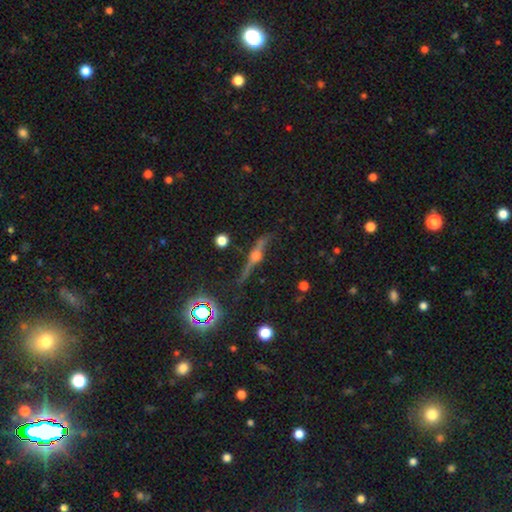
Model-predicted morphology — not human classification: Q: Smooth or featured?
A: featured or disk (72%); runner-up: star or artifact (14%)
Q: Edge-on disk?
A: yes (91%); runner-up: no (9%)
Q: Edge-on bulge?
A: rounded (90%); runner-up: boxy (7%)
Q: Merging?
A: none (76%); runner-up: minor disturbance (15%)